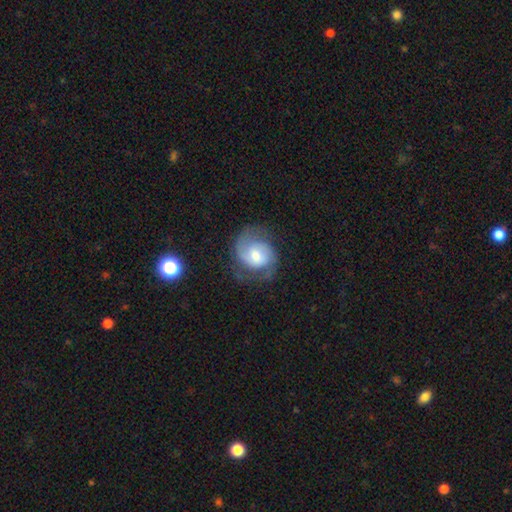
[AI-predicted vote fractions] This appears to be a featured or disk galaxy (73%) with no bar (48%), 2 (79%) medium (47%) spiral arms (94%) and a moderate central bulge (57%). Merging: none (63%).